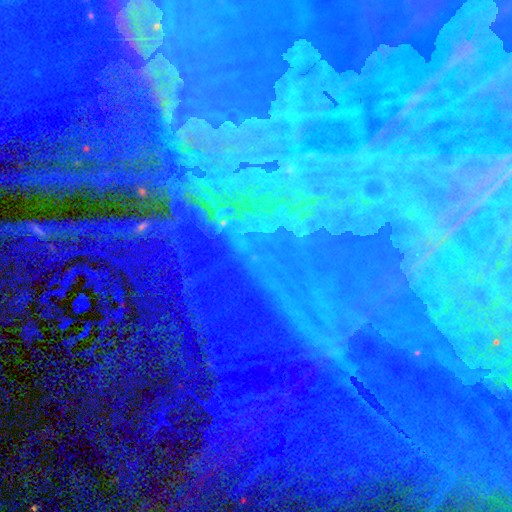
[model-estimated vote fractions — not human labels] This is likely a star or artifact rather than a galaxy (79%).